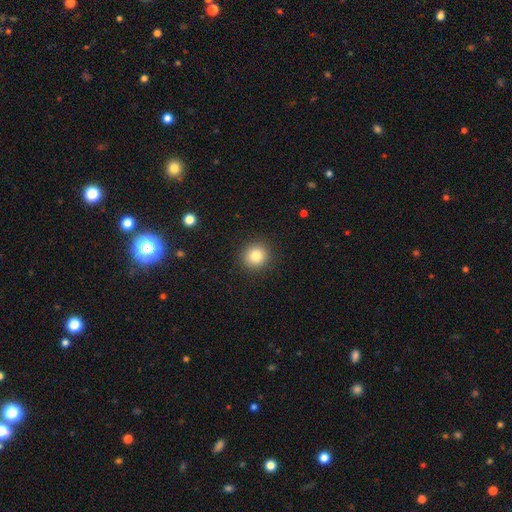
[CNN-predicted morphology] smooth_or_featured: smooth (p=0.83) [alt: star or artifact p=0.10]
how_rounded: round (p=0.92) [alt: in between p=0.07]
merging: none (p=0.91) [alt: minor disturbance p=0.06]